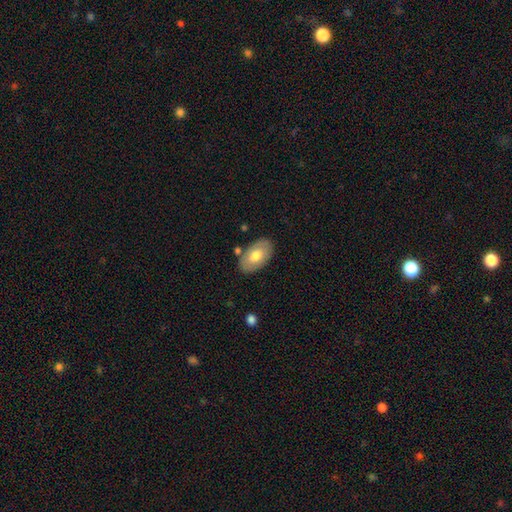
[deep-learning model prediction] This is likely a smooth galaxy (66%). How rounded: clearly in between (93%). Merging: clearly none (81%).